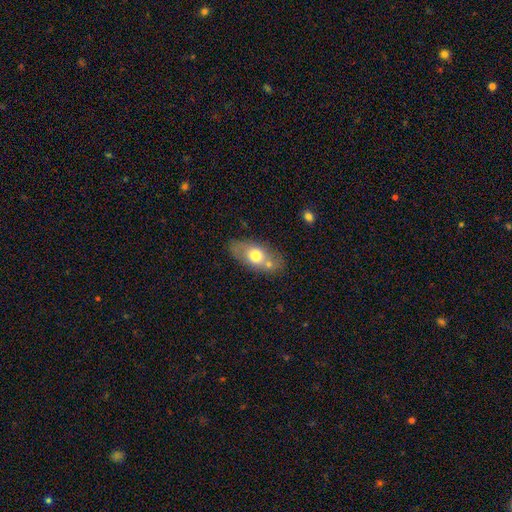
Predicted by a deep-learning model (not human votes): smooth_or_featured: smooth (p=0.66) [alt: featured or disk p=0.27]
how_rounded: in between (p=0.83) [alt: round p=0.09]
merging: none (p=0.61) [alt: merger p=0.19]